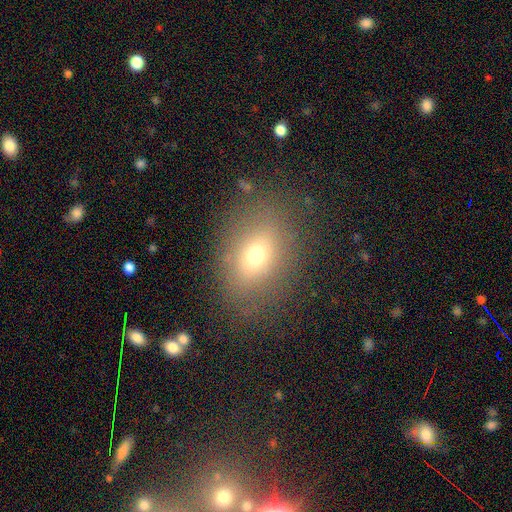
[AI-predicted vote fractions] smooth-or-featured: smooth: 66% | featured or disk: 20% | star or artifact: 15%
  how-rounded: in between: 74% | round: 23% | cigar-shaped: 3%
  merging: none: 79% | minor disturbance: 13% | major disturbance: 7% | merger: 2%